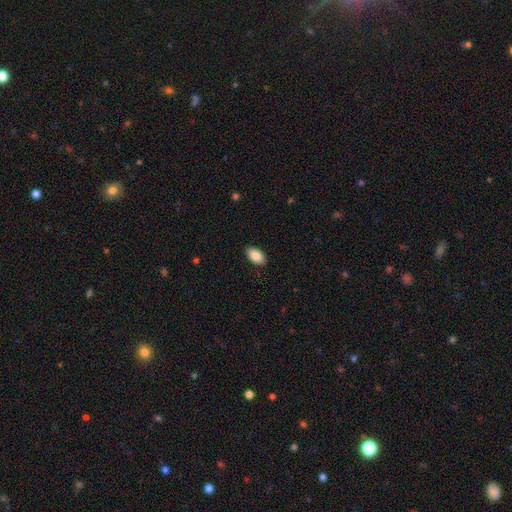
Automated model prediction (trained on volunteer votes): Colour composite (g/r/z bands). It shows a smooth galaxy with no disk features (87%) that is in between round and cigar-shaped (95%). Merging: none (89%).